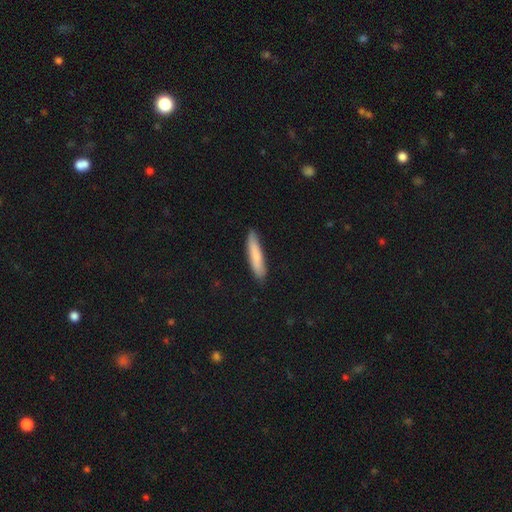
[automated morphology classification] type=smooth (79%); roundness=cigar-shaped (87%); merging=none (86%).